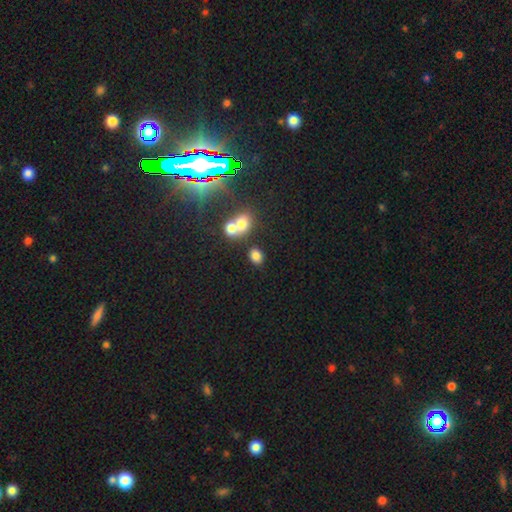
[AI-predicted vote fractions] Smooth or featured?
  - smooth: 79% *
  - star or artifact: 13%
  - featured or disk: 8%
How rounded?
  - in between: 55% *
  - round: 43%
  - cigar-shaped: 1%
Merging?
  - none: 63% *
  - merger: 23%
  - minor disturbance: 10%
  - major disturbance: 4%